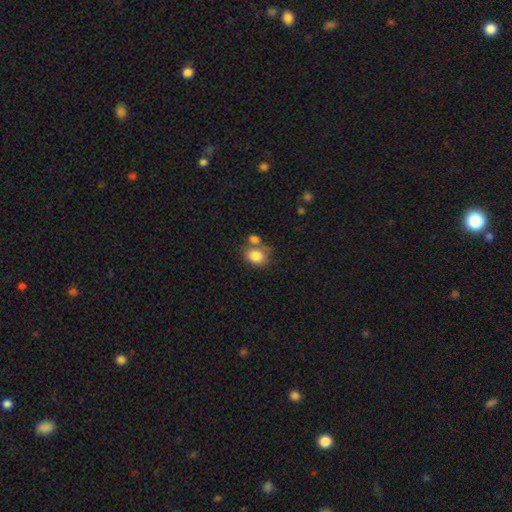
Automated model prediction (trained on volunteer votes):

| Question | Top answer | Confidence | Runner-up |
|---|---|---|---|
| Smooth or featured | smooth | 83% | star or artifact (9%) |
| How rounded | in between | 57% | round (42%) |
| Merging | none | 46% | merger (32%) |